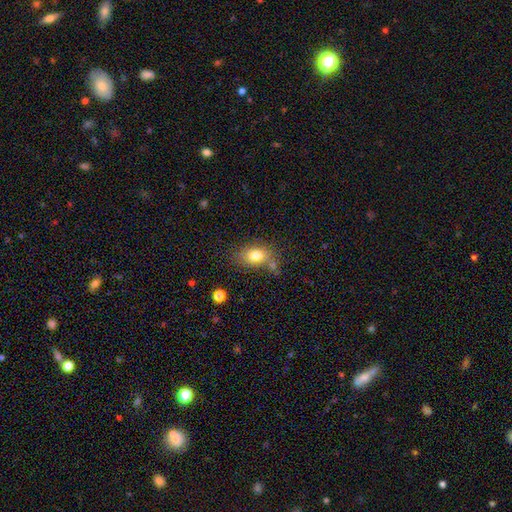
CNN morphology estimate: smooth 79%, featured or disk 11%, star or artifact 10%. Down the decision tree: how rounded — in between (79%); merging — none (64%).